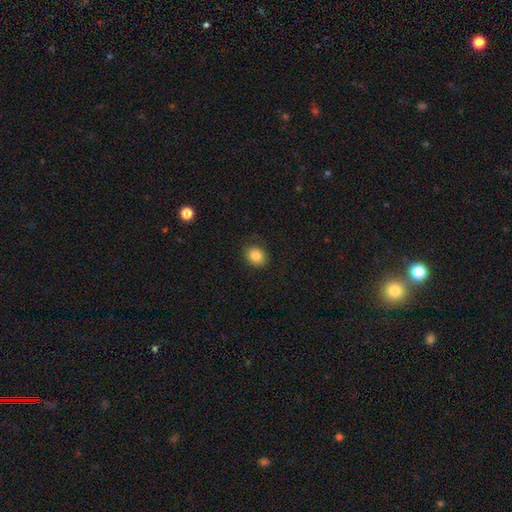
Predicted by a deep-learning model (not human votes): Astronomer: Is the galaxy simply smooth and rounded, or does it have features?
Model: smooth — 85%.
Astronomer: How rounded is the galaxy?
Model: round — 61% (runner-up: in between, 39%).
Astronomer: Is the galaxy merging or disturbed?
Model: none — 84%.